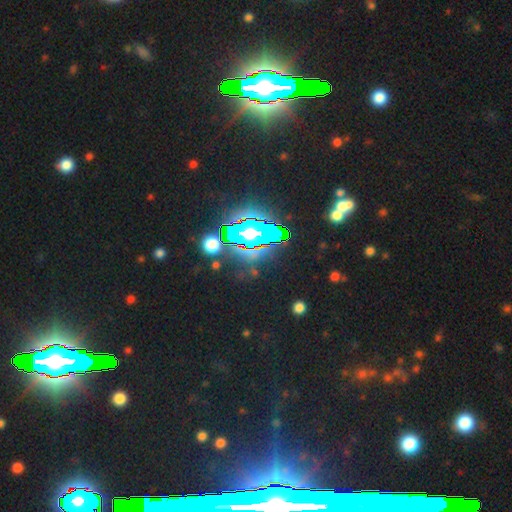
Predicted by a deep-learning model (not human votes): This is likely a star or artifact rather than a galaxy (73%).